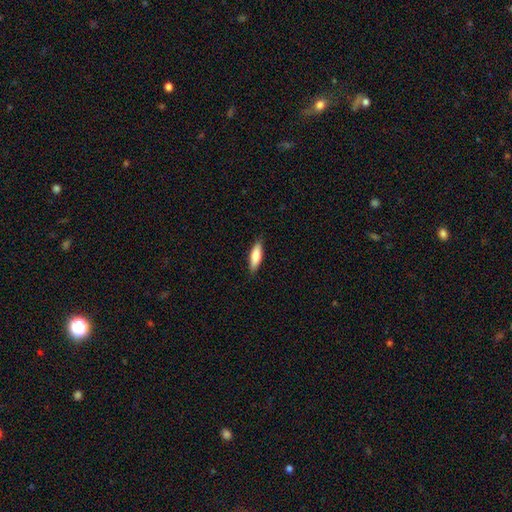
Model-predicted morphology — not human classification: Smooth or featured? Predicted: smooth (p=0.79). How rounded? Predicted: cigar-shaped (p=0.55). Merging? Predicted: none (p=0.86).